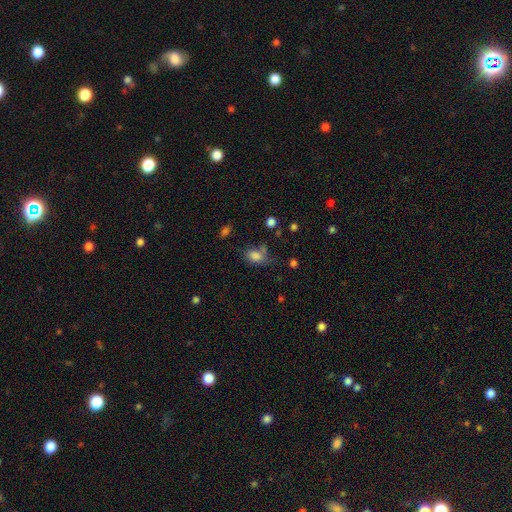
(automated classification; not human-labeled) Smooth or featured? Predicted: smooth (p=0.80). How rounded? Predicted: in between (p=0.79). Merging? Predicted: none (p=0.48).